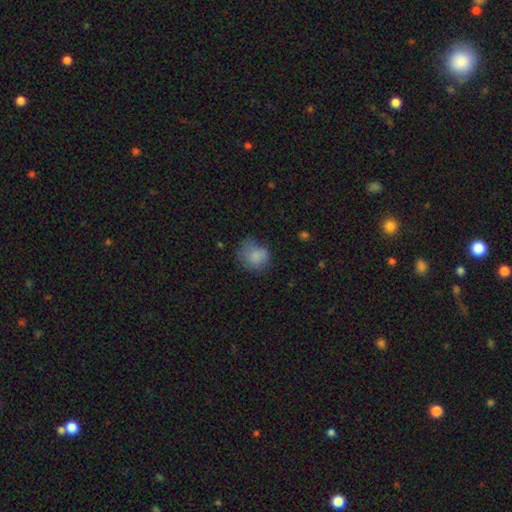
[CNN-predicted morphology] type=smooth (79%); roundness=round (72%); merging=none (53%).